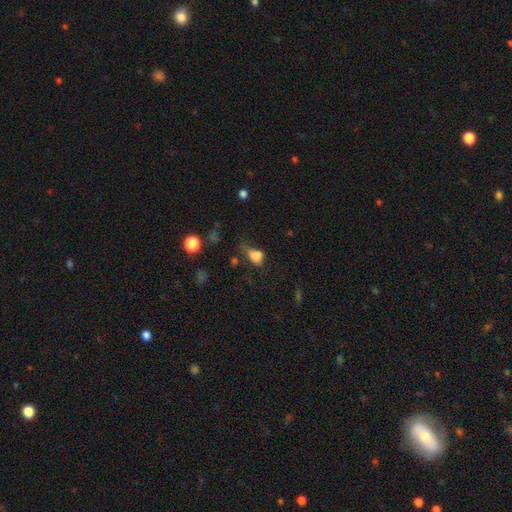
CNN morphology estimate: Overall: smooth (69%). How rounded: in between (74%). Merging: major disturbance (29%; none 27%).